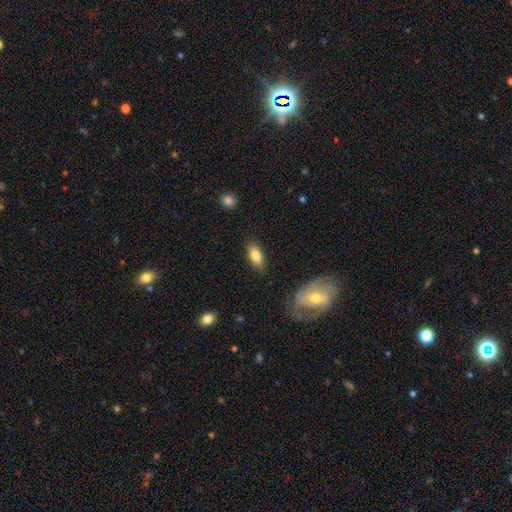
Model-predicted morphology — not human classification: Smooth or featured: smooth — 81% (featured or disk — 11%)
How rounded: in between — 88% (cigar-shaped — 9%)
Merging: none — 84% (minor disturbance — 12%)